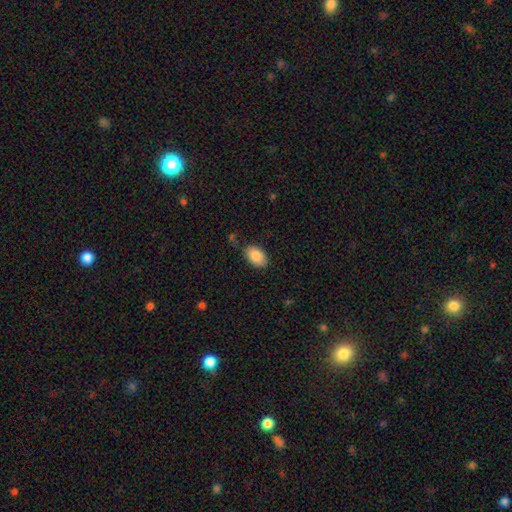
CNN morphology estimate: Smooth or featured? smooth (86%)
How rounded? in between (90%)
Merging? none (74%)